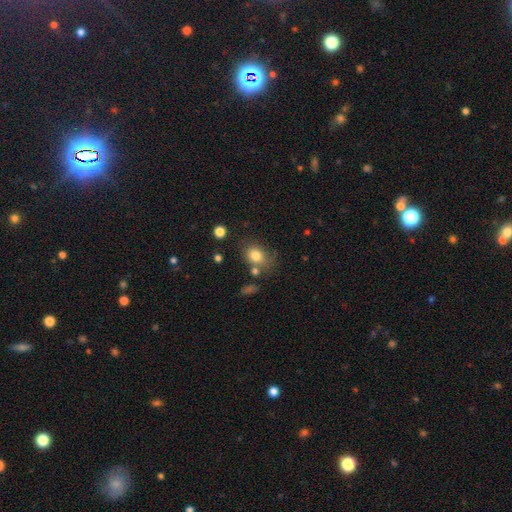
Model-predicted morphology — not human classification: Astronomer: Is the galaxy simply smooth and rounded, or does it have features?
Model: smooth — 80%.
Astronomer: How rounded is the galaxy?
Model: in between — 52% (runner-up: round, 47%).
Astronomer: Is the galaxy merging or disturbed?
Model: none — 63%.